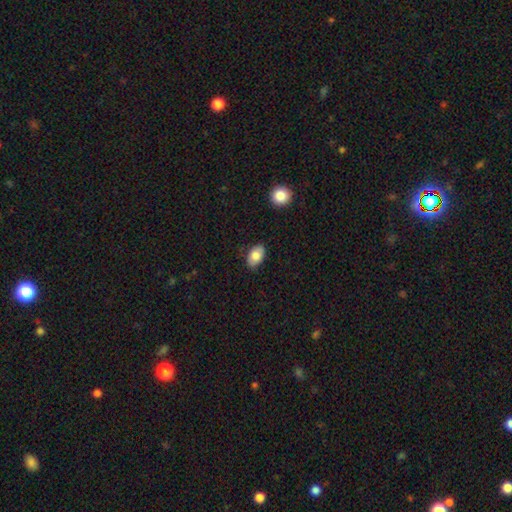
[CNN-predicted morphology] Q: Smooth or featured?
A: smooth (82%); runner-up: featured or disk (11%)
Q: How rounded?
A: in between (91%); runner-up: round (8%)
Q: Merging?
A: none (85%); runner-up: minor disturbance (12%)